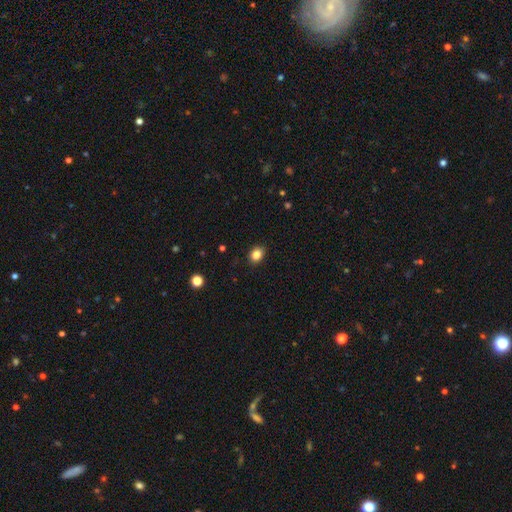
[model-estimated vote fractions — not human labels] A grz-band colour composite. It shows a smooth galaxy with no disk features (84%) that is in between round and cigar-shaped (56%). Merging: none (89%).